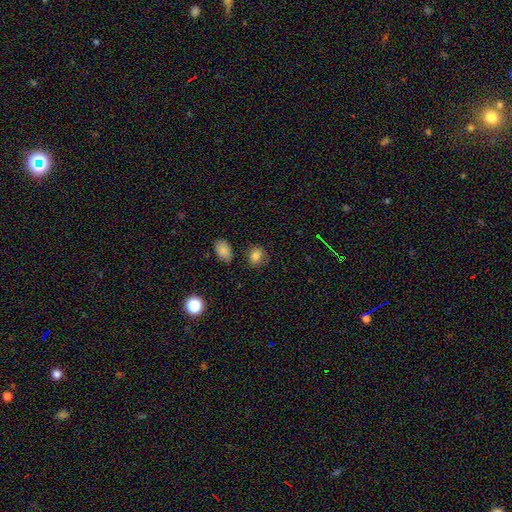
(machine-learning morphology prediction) Smooth or featured? Predicted: smooth (p=0.82). How rounded? Predicted: round (p=0.59). Merging? Predicted: none (p=0.78).